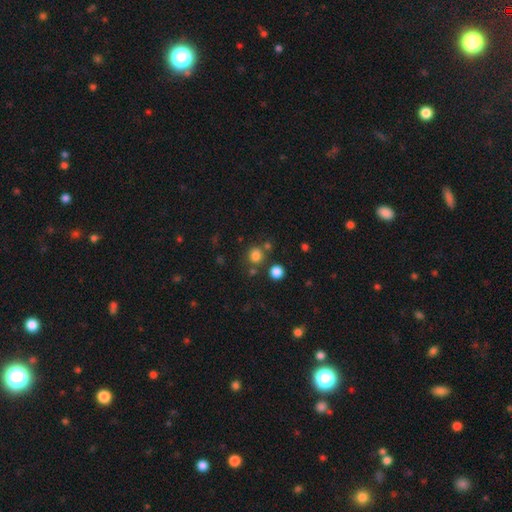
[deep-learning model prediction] smooth 79%, star or artifact 15%, featured or disk 5%. Down the decision tree: how rounded — round (84%); merging — none (74%).